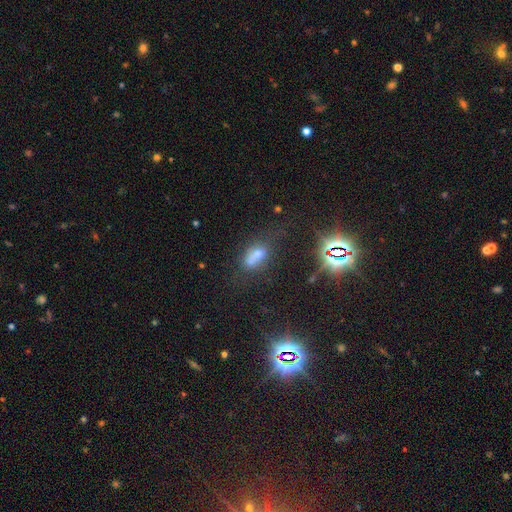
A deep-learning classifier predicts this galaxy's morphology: A smooth galaxy with no disk features (57%) that is in between round and cigar-shaped (70%).

Vote fractions:
- Smooth or featured? smooth: 57% / star or artifact: 21% / featured or disk: 21%
- How rounded? in between: 70% / round: 24% / cigar-shaped: 6%
- Merging? merger: 39% / none: 33% / minor disturbance: 16% / major disturbance: 13%